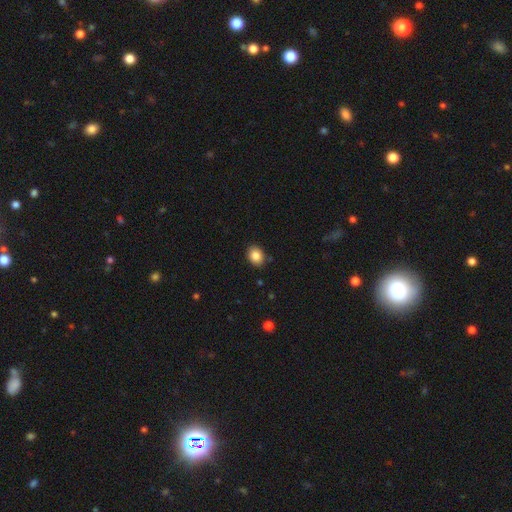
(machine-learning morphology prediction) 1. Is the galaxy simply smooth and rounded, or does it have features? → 86% smooth, 9% star or artifact, 5% featured or disk.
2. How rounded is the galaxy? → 60% in between, 39% round, 1% cigar-shaped.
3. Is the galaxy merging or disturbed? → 86% none, 10% minor disturbance, 2% major disturbance, 2% merger.